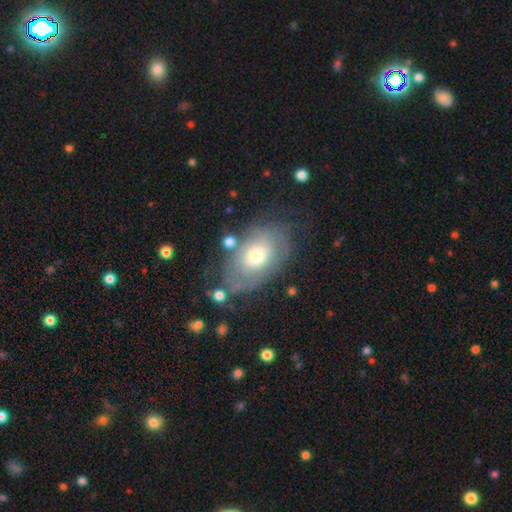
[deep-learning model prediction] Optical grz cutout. It shows a featured or disk galaxy (49%). Merging: none (59%).